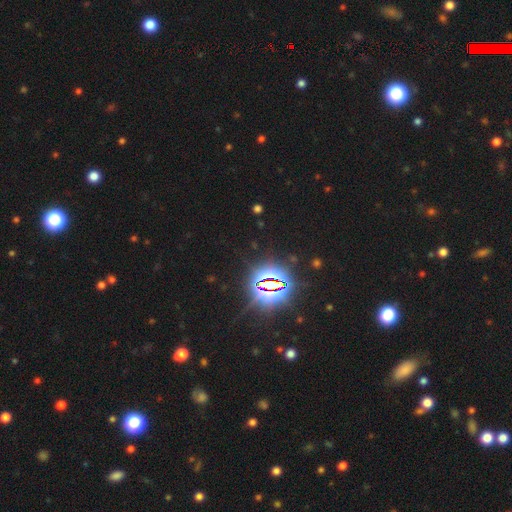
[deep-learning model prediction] A star or artifact, not a galaxy (84%).